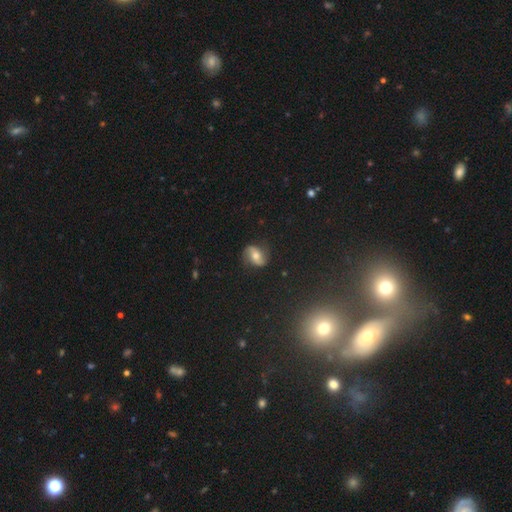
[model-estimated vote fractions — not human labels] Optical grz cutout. It shows a featured or disk galaxy (62%) with no bar (45%), 2 (92%) loose (57%) spiral arms (89%) and a moderate central bulge (66%). Merging: none (80%).